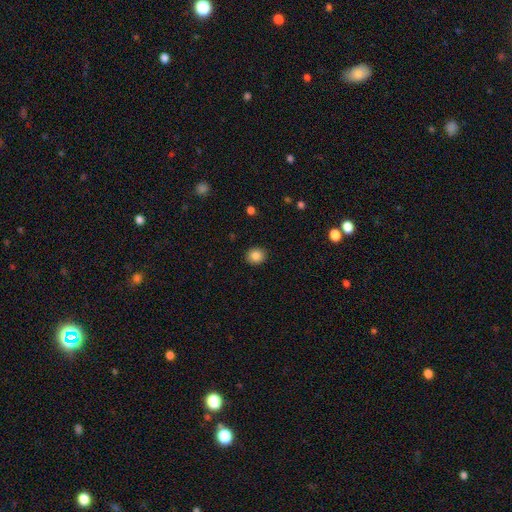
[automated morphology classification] smooth-or-featured: smooth: 84% | star or artifact: 10% | featured or disk: 6%
  how-rounded: round: 75% | in between: 24% | cigar-shaped: 1%
  merging: none: 90% | minor disturbance: 7% | major disturbance: 2% | merger: 1%